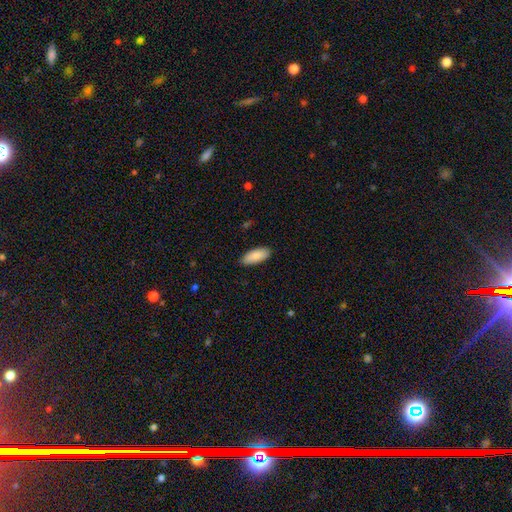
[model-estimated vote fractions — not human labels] Morphology: type=smooth (89%); roundness=in between (86%); merging=none (87%).